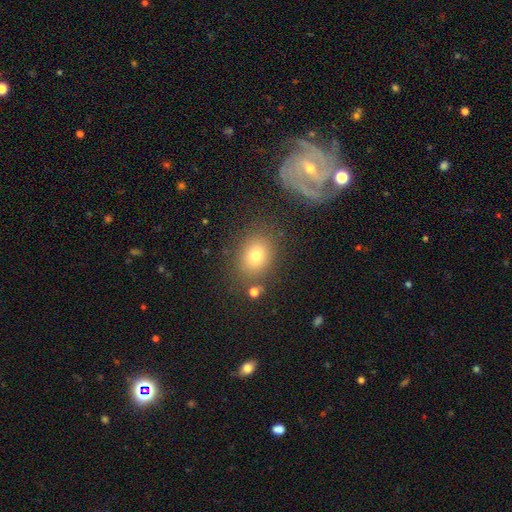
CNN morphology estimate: Smooth or featured?
  - smooth: 75% *
  - featured or disk: 13%
  - star or artifact: 12%
How rounded?
  - in between: 58% *
  - round: 41%
  - cigar-shaped: 1%
Merging?
  - none: 77% *
  - minor disturbance: 12%
  - merger: 6%
  - major disturbance: 5%